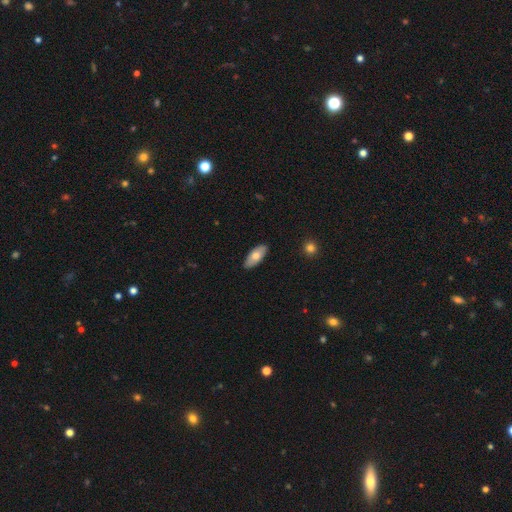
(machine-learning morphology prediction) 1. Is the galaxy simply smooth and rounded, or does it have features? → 70% smooth, 25% featured or disk, 6% star or artifact.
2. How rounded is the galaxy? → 86% in between, 12% cigar-shaped, 2% round.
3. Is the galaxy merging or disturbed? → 88% none, 9% minor disturbance, 2% major disturbance, 1% merger.